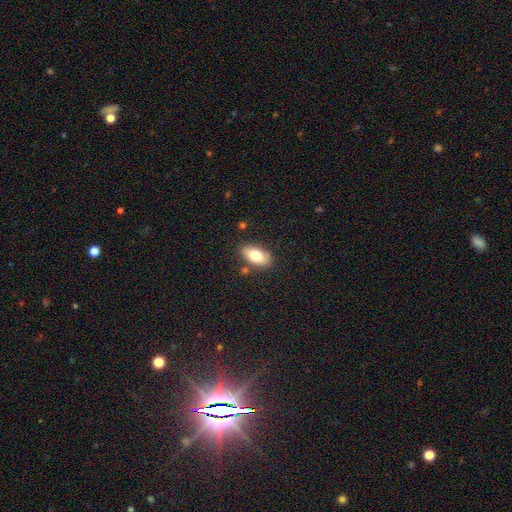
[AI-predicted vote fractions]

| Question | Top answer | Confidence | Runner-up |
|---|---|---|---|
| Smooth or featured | smooth | 75% | featured or disk (18%) |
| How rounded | in between | 91% | round (5%) |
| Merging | none | 79% | minor disturbance (13%) |